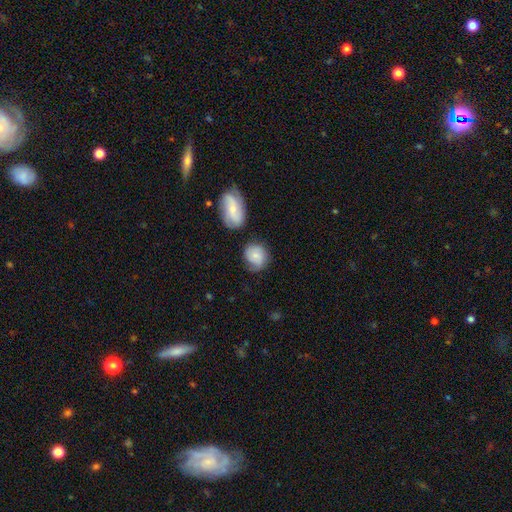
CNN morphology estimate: Smooth or featured? Predicted: smooth (p=0.66). How rounded? Predicted: round (p=0.69). Merging? Predicted: none (p=0.59).